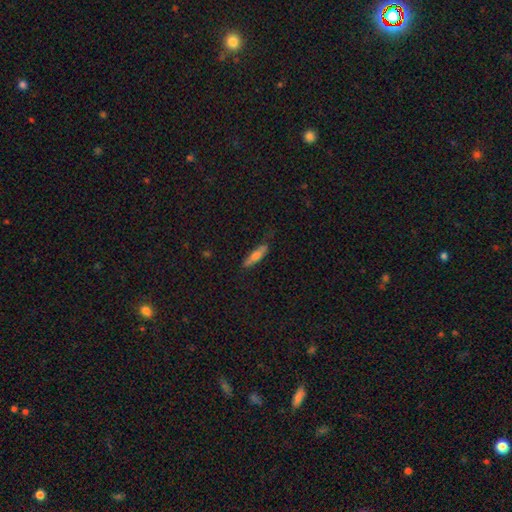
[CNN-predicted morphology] A smooth galaxy with no disk features (62%) that is cigar-shaped (75%).

Vote fractions:
- Smooth or featured? smooth: 62% / featured or disk: 31% / star or artifact: 7%
- How rounded? cigar-shaped: 75% / in between: 23% / round: 2%
- Merging? none: 77% / minor disturbance: 18% / major disturbance: 4% / merger: 1%